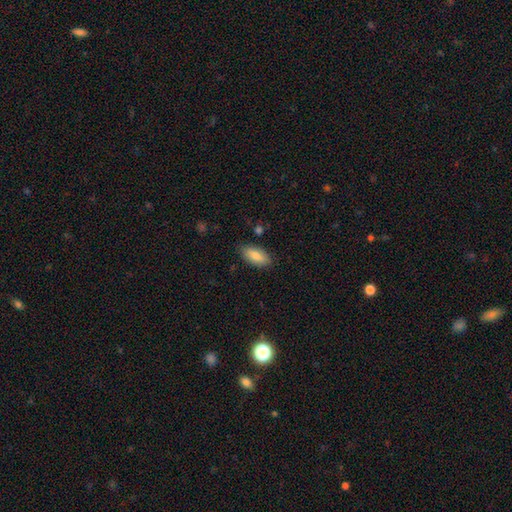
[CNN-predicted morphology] Overall: smooth (84%). How rounded: in between (89%). Merging: none (84%).